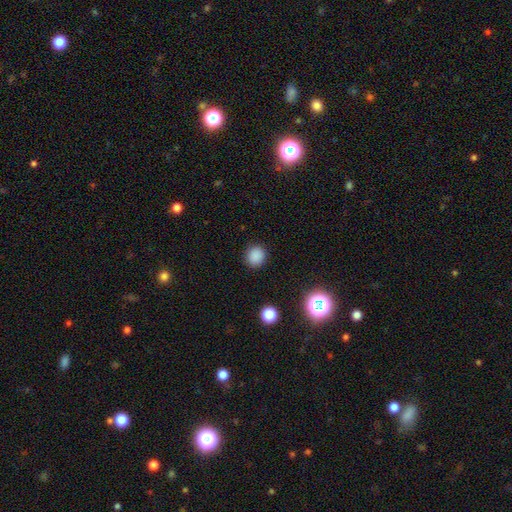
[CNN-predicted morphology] Q: Smooth or featured?
A: smooth (85%); runner-up: star or artifact (12%)
Q: How rounded?
A: round (83%); runner-up: in between (16%)
Q: Merging?
A: none (89%); runner-up: minor disturbance (7%)